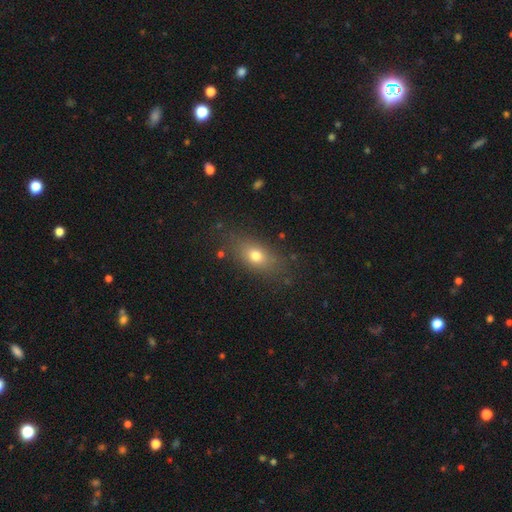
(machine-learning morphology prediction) This is likely a smooth galaxy (73%). How rounded: likely in between (73%). Merging: clearly none (80%).